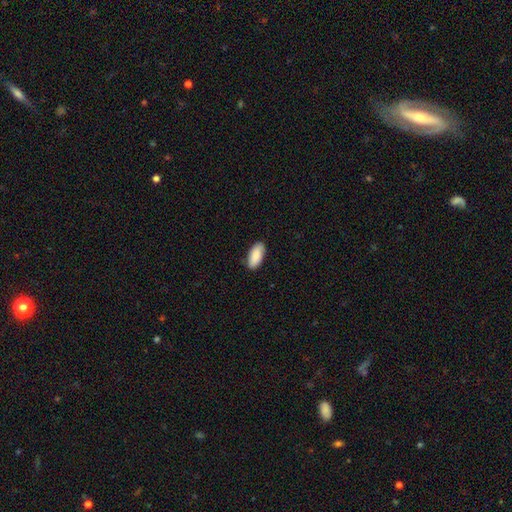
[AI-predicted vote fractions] A smooth galaxy with no disk features (88%) that is in between round and cigar-shaped (91%). Merging: none (86%).